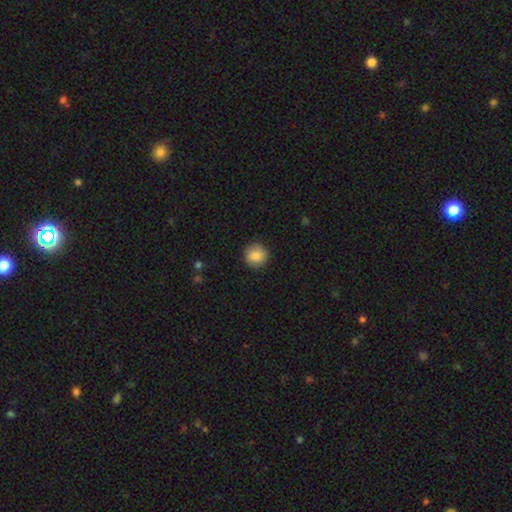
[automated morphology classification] smooth 85%, star or artifact 8%, featured or disk 7%. Down the decision tree: how rounded — round (91%); merging — none (89%).